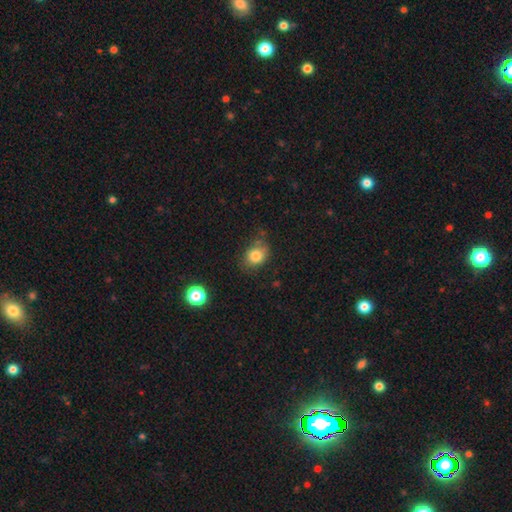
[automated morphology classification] Smooth or featured: smooth — 81% (star or artifact — 10%)
How rounded: in between — 54% (round — 45%)
Merging: none — 60% (minor disturbance — 28%)